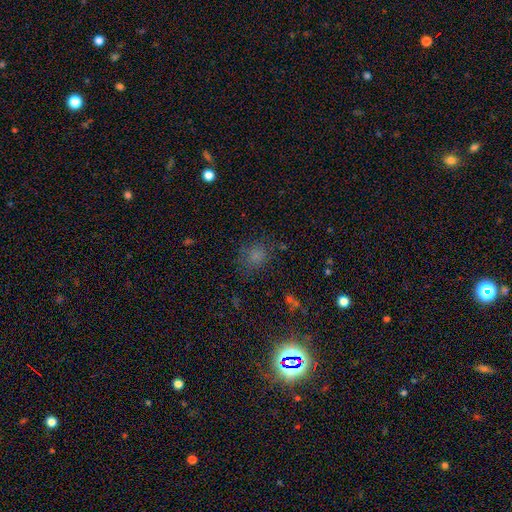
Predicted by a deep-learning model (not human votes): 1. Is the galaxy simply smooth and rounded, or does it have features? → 70% smooth, 24% star or artifact, 6% featured or disk.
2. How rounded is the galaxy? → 68% round, 31% in between, 1% cigar-shaped.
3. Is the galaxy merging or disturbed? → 74% none, 17% minor disturbance, 7% major disturbance, 2% merger.